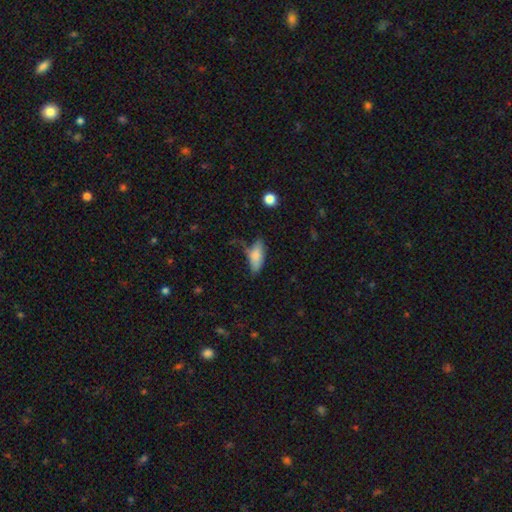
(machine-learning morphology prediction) A smooth galaxy with no disk features (79%) that is in between round and cigar-shaped (80%).

Vote fractions:
- Smooth or featured? smooth: 79% / featured or disk: 14% / star or artifact: 8%
- How rounded? in between: 80% / cigar-shaped: 17% / round: 3%
- Merging? none: 46% / minor disturbance: 34% / major disturbance: 14% / merger: 6%